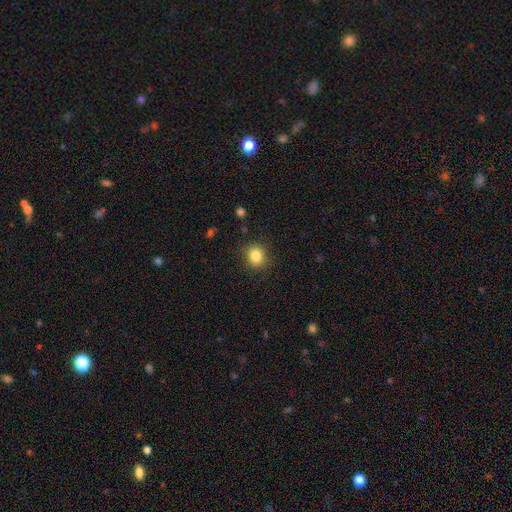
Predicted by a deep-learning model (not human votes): smooth_or_featured: smooth (p=0.84) [alt: star or artifact p=0.10]
how_rounded: round (p=0.75) [alt: in between p=0.25]
merging: none (p=0.87) [alt: minor disturbance p=0.09]